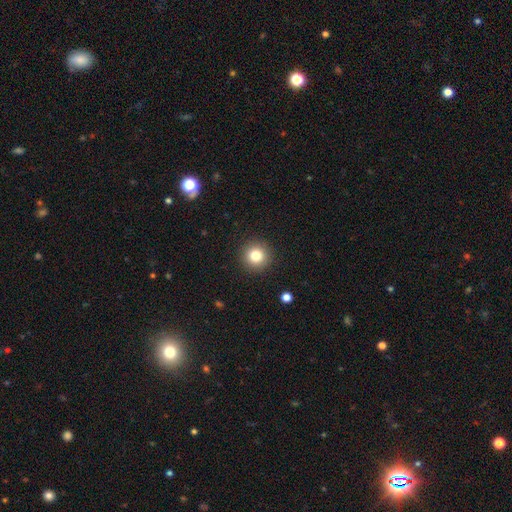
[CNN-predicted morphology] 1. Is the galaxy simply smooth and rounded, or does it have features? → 81% smooth, 12% star or artifact, 7% featured or disk.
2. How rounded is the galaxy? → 95% round, 4% in between, 1% cigar-shaped.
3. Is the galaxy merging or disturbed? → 91% none, 5% minor disturbance, 2% major disturbance, 1% merger.